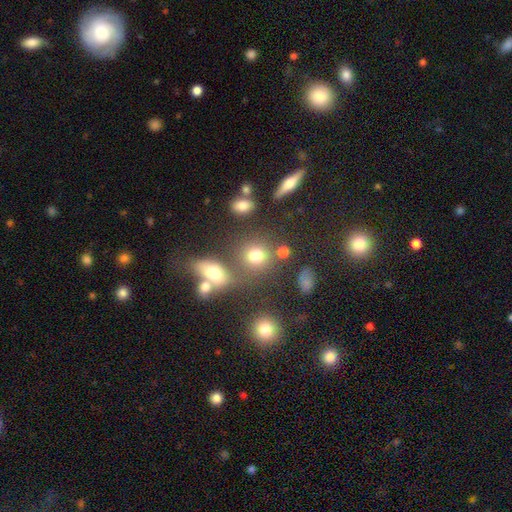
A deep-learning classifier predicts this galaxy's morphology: smooth-or-featured: smooth: 73% | star or artifact: 17% | featured or disk: 10%
  how-rounded: round: 78% | in between: 21% | cigar-shaped: 2%
  merging: none: 61% | merger: 21% | minor disturbance: 11% | major disturbance: 6%